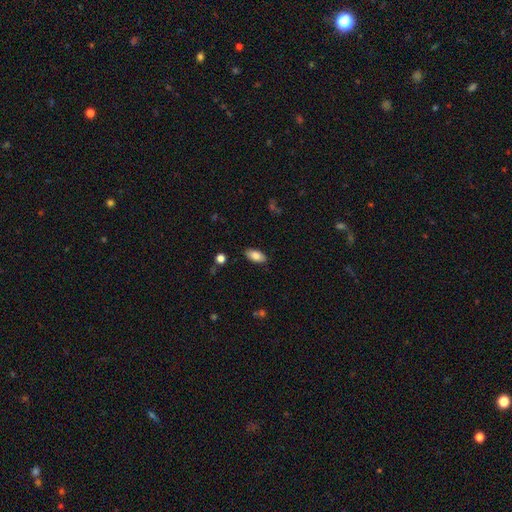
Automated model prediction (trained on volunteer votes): A smooth galaxy with no disk features (83%) that is in between round and cigar-shaped (92%). Merging: none (87%).